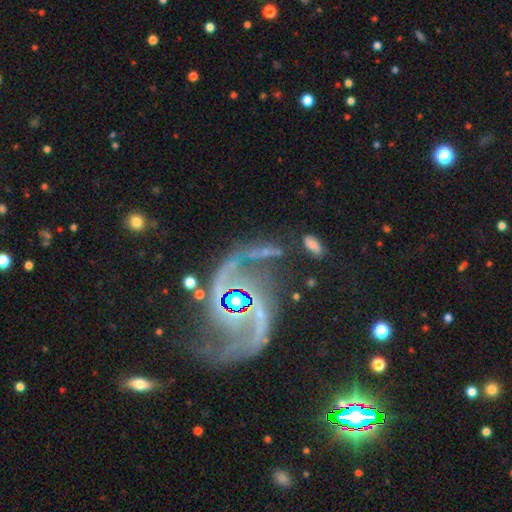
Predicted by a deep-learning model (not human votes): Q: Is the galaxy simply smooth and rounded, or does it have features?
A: featured or disk — 87%.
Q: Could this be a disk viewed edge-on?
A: no — 97%.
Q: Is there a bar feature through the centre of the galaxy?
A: weak — 42%.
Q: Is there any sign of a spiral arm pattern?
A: yes — 97%.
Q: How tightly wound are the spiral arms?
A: loose — 58%.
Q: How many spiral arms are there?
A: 2 — 93%.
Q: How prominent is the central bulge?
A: small — 39%.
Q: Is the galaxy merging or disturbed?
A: none — 58%.